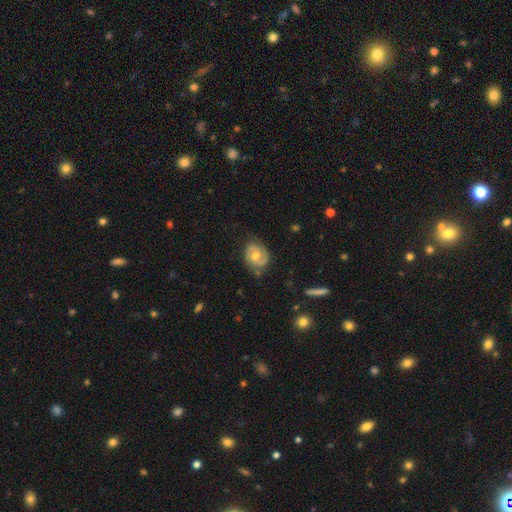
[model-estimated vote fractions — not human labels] Smooth or featured: featured or disk — 75% (smooth — 18%)
Edge-on disk: no — 97% (yes — 3%)
Bar: no — 59% (weak — 34%)
Spiral arms: yes — 92% (no — 8%)
Spiral winding: tight — 44% (medium — 43%)
Spiral arm count: 2 — 84% (can't tell — 7%)
Bulge size: moderate — 72% (small — 21%)
Merging: none — 74% (minor disturbance — 19%)